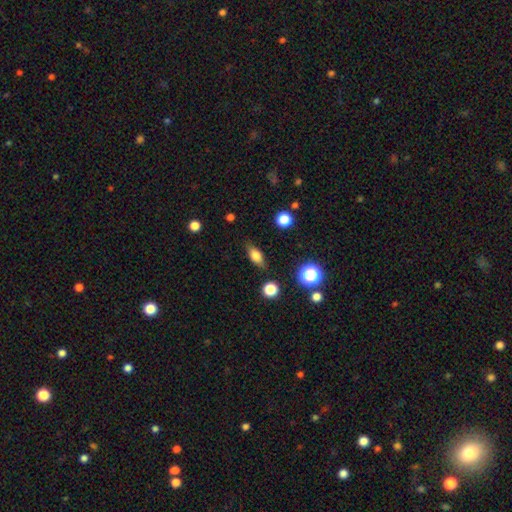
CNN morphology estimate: Smooth or featured? Predicted: smooth (p=0.71). How rounded? Predicted: in between (p=0.73). Merging? Predicted: none (p=0.82).